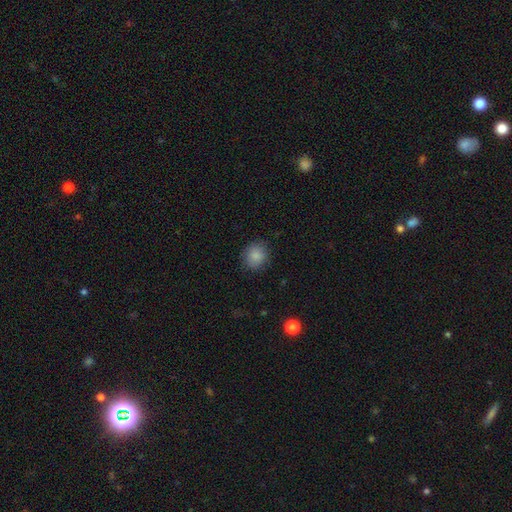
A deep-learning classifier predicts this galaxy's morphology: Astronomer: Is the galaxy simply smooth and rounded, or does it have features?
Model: smooth — 86%.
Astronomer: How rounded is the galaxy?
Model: round — 78%.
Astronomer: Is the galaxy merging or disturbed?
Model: none — 86%.